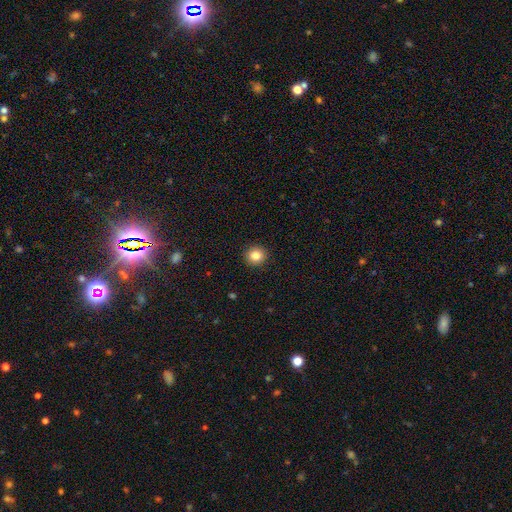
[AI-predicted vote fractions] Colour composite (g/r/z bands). It shows a smooth galaxy with no disk features (85%) that is round (90%). Merging: none (93%).